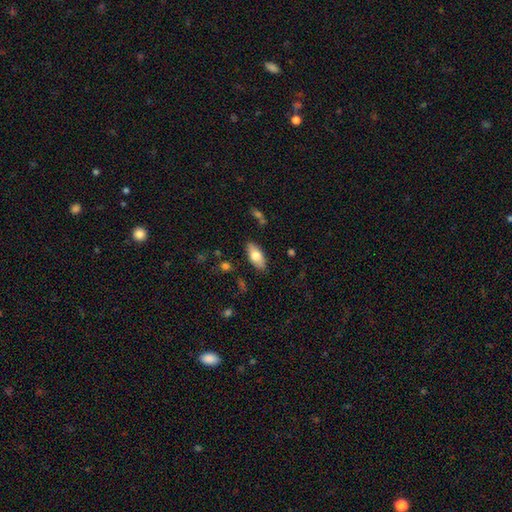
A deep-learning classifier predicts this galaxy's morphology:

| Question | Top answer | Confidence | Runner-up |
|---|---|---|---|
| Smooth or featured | smooth | 72% | featured or disk (22%) |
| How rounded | in between | 88% | cigar-shaped (10%) |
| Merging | none | 85% | minor disturbance (11%) |